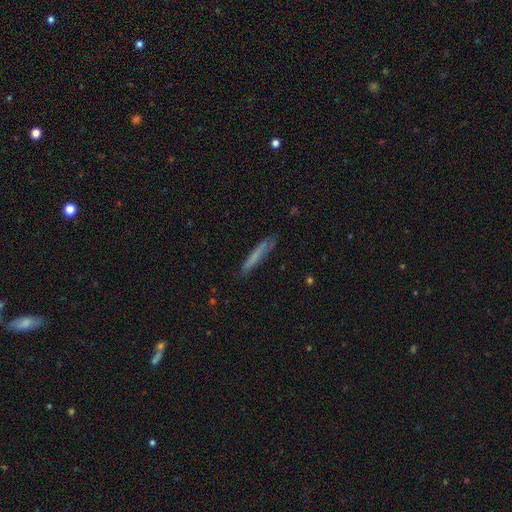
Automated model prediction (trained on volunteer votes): Q: Smooth or featured?
A: smooth (63%); runner-up: featured or disk (30%)
Q: How rounded?
A: cigar-shaped (95%); runner-up: in between (4%)
Q: Merging?
A: none (81%); runner-up: minor disturbance (14%)